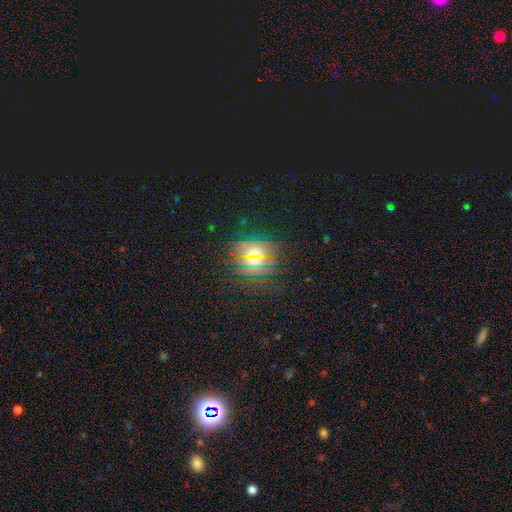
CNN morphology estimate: Smooth or featured? Predicted: star or artifact (p=0.50).